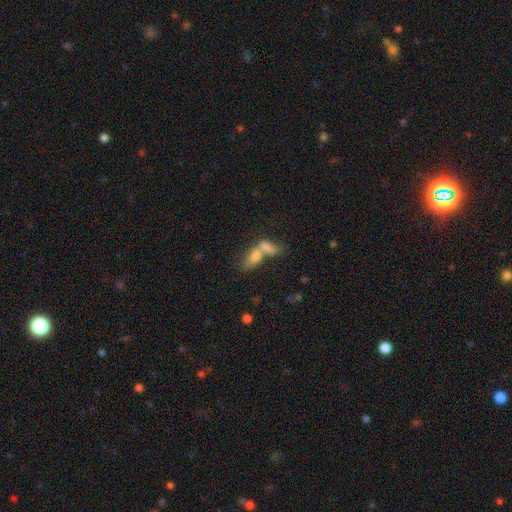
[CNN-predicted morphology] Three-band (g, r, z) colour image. It shows a smooth galaxy with no disk features (72%) that is in between round and cigar-shaped (76%). Merging: merger (70%).